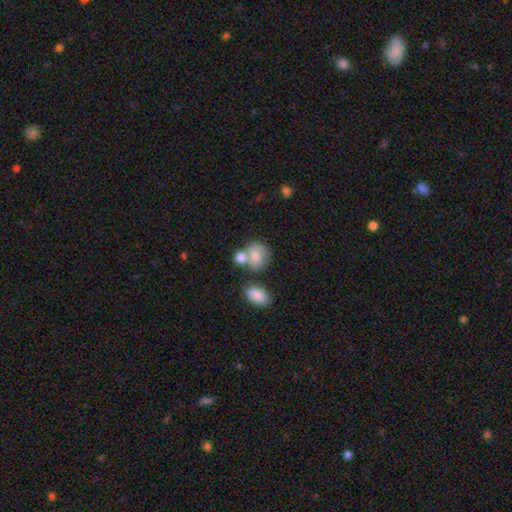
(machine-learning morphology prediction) A smooth galaxy with no disk features (73%) that is round (57%).

Vote fractions:
- Smooth or featured? smooth: 73% / featured or disk: 18% / star or artifact: 8%
- How rounded? round: 57% / in between: 42% / cigar-shaped: 1%
- Merging? merger: 42% / none: 36% / minor disturbance: 15% / major disturbance: 7%